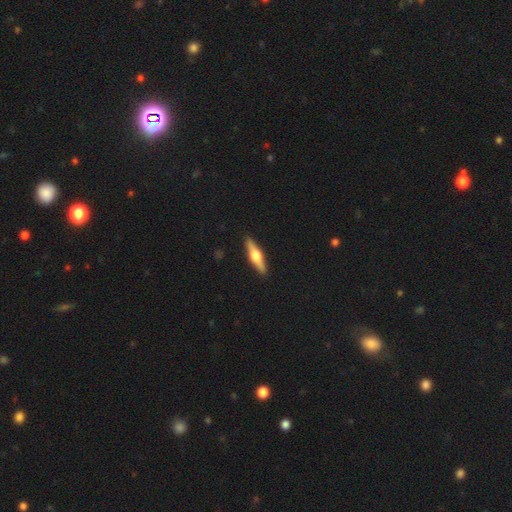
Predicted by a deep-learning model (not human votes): Smooth or featured: featured or disk — 65% (smooth — 29%)
Edge-on disk: yes — 96% (no — 4%)
Edge-on bulge: rounded — 94% (boxy — 4%)
Merging: none — 91% (minor disturbance — 6%)